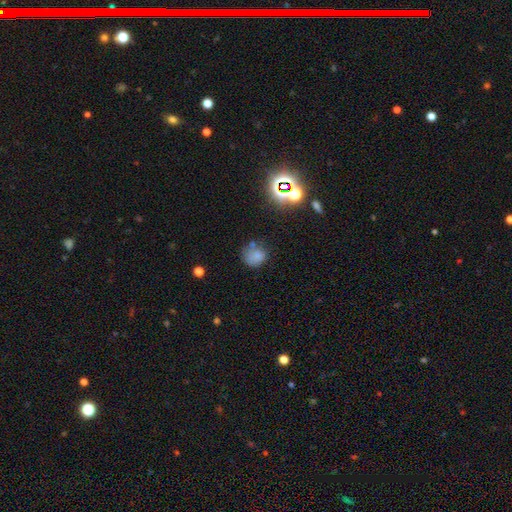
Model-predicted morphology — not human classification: A smooth galaxy with no disk features (71%) that is round (80%).

Vote fractions:
- Smooth or featured? smooth: 71% / star or artifact: 18% / featured or disk: 11%
- How rounded? round: 80% / in between: 19% / cigar-shaped: 1%
- Merging? none: 56% / minor disturbance: 23% / merger: 11% / major disturbance: 10%